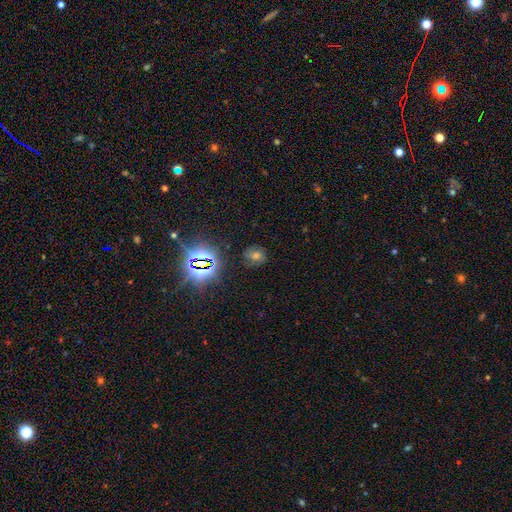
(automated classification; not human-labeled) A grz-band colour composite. It shows a star or artifact, not a galaxy (49%).